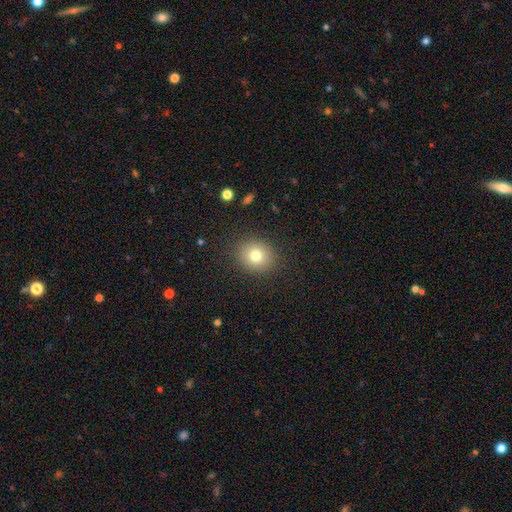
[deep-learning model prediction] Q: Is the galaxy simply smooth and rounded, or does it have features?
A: smooth — 77%.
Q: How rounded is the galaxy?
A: round — 78%.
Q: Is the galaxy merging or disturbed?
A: none — 88%.